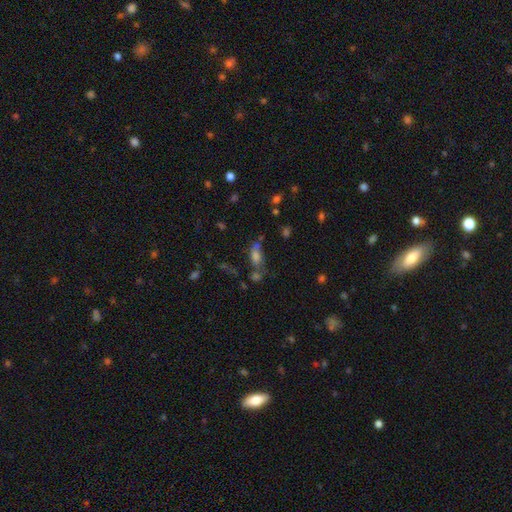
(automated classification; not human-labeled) smooth 56%, star or artifact 26%, featured or disk 19%. Down the decision tree: how rounded — in between (70%); merging — none (43%).